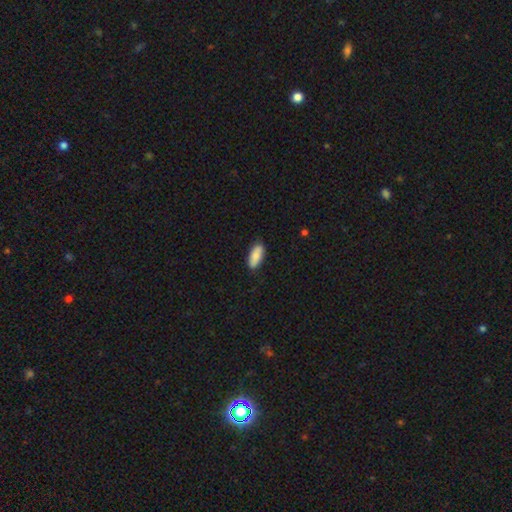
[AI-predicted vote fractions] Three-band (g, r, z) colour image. It shows a smooth galaxy with no disk features (84%) that is in between round and cigar-shaped (80%). Merging: none (87%).